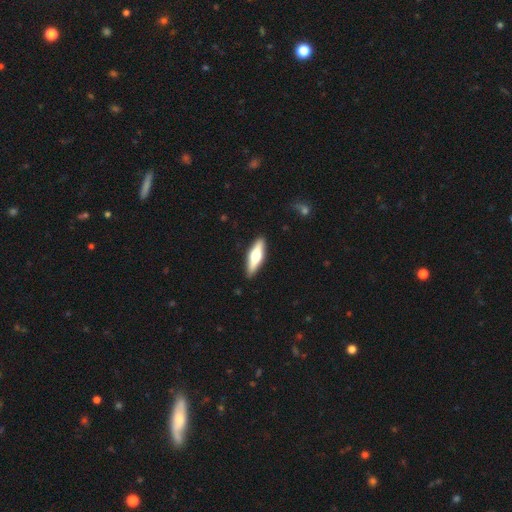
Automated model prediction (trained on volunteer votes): smooth_or_featured: featured or disk (p=0.50) [alt: smooth p=0.45]
disk_edge_on: yes (p=0.93) [alt: no p=0.07]
merging: none (p=0.89) [alt: minor disturbance p=0.08]